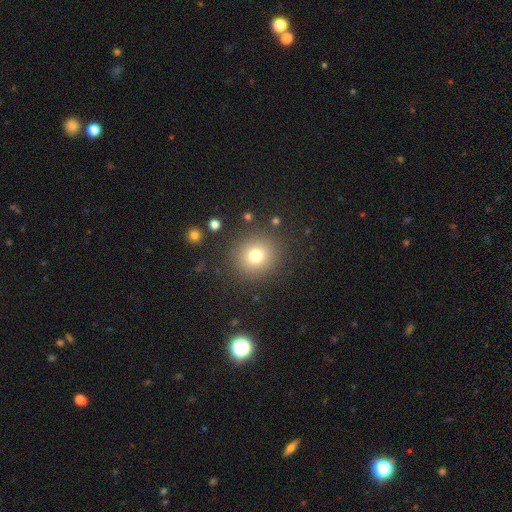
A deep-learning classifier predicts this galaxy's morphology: The model was most divided on "smooth or featured": smooth: 75%, star or artifact: 15%, featured or disk: 10%. More confident: how rounded — round (89%); merging — none (87%).